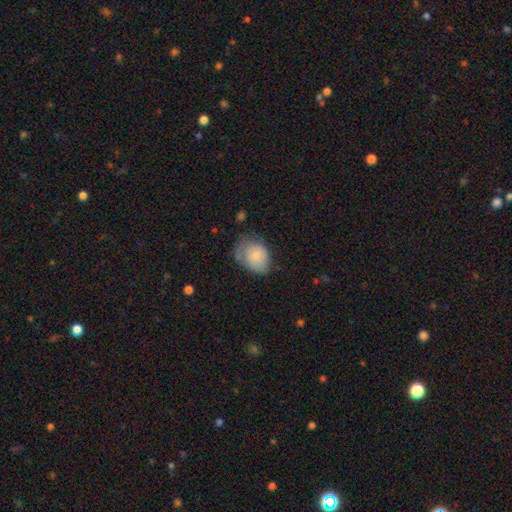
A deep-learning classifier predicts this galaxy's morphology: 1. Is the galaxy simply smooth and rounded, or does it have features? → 70% smooth, 22% featured or disk, 7% star or artifact.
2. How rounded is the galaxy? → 64% in between, 36% round, 1% cigar-shaped.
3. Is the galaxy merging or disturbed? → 41% none, 39% minor disturbance, 18% major disturbance, 2% merger.